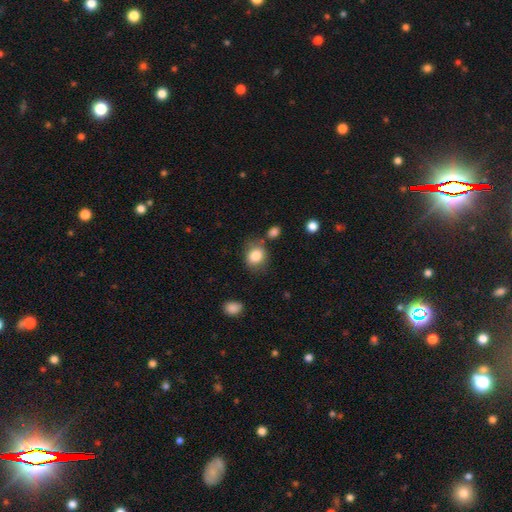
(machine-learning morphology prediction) A smooth galaxy with no disk features (84%) that is round (64%). Merging: none (70%).